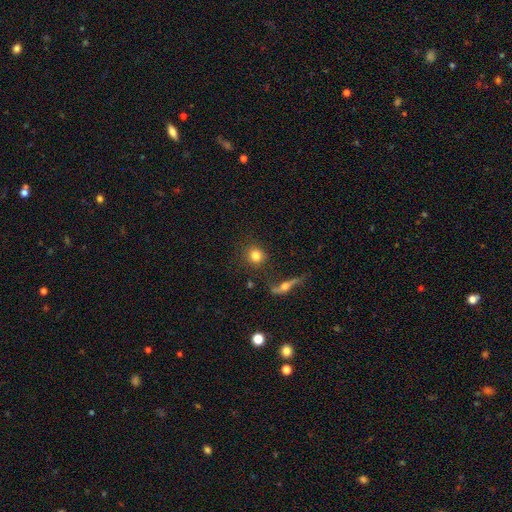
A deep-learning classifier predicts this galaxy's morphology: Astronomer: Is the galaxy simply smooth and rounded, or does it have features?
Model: smooth — 80%.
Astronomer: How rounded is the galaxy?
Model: round — 90%.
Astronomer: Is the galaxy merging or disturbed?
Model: none — 81%.